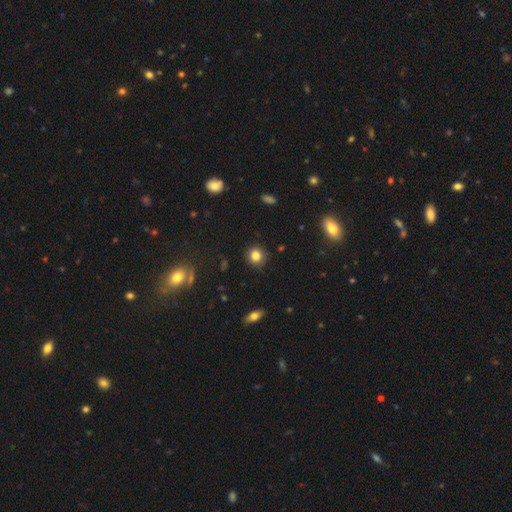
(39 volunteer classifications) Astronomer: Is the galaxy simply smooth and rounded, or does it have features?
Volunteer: smooth — 92%.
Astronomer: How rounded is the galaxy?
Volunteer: round — 94%.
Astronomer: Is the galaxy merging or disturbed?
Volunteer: none — 86%.